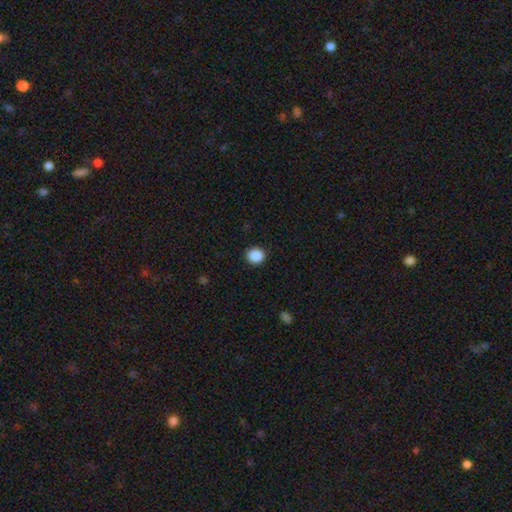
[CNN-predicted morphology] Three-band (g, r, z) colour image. It shows a smooth galaxy with no disk features (88%) that is round (86%). Merging: none (91%).